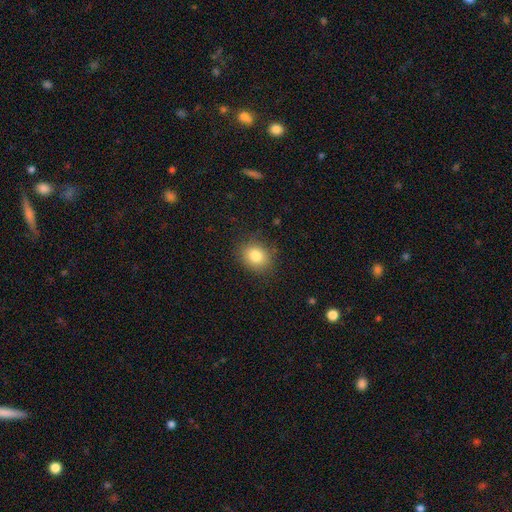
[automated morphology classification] Smooth or featured? Predicted: smooth (p=0.83). How rounded? Predicted: round (p=0.56). Merging? Predicted: none (p=0.85).